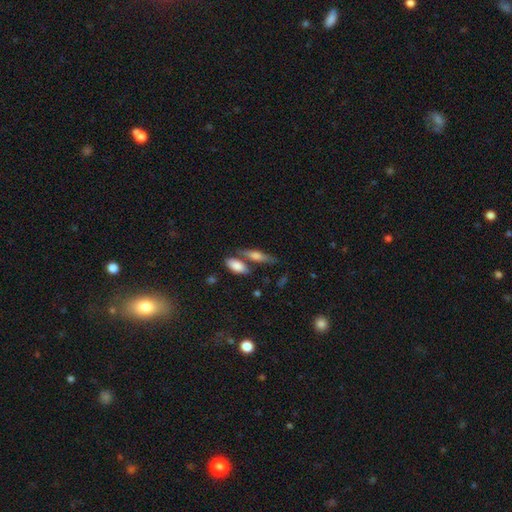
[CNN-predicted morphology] type=smooth (58%); roundness=cigar-shaped (56%); merging=none (62%).